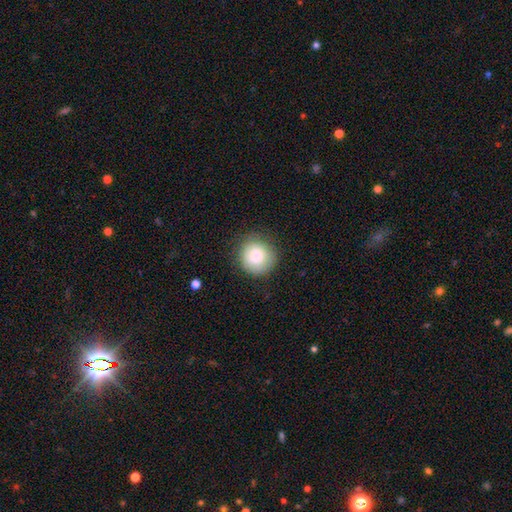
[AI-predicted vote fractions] The model was most divided on "smooth or featured": smooth: 80%, featured or disk: 11%, star or artifact: 9%. More confident: how rounded — round (93%); merging — none (83%).